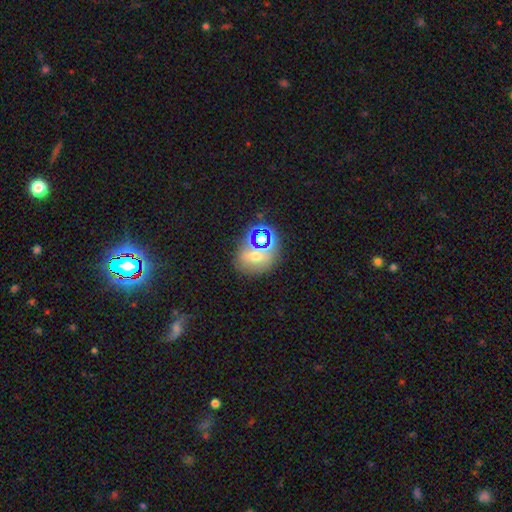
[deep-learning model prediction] Overall: smooth (48%; star or artifact 34%). Merging: none (65%).